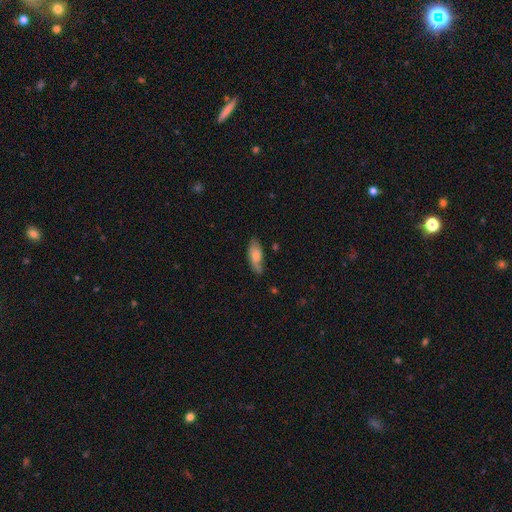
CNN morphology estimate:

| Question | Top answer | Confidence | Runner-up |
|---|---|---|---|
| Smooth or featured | smooth | 61% | featured or disk (32%) |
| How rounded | in between | 78% | cigar-shaped (19%) |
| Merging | none | 65% | minor disturbance (27%) |